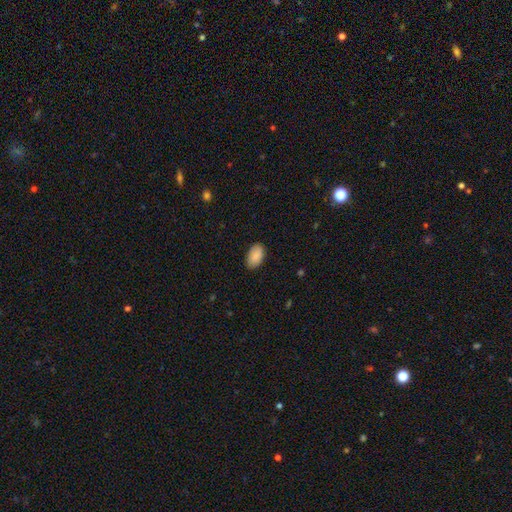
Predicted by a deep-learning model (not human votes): Smooth or featured? Predicted: smooth (p=0.90). How rounded? Predicted: in between (p=0.94). Merging? Predicted: none (p=0.85).